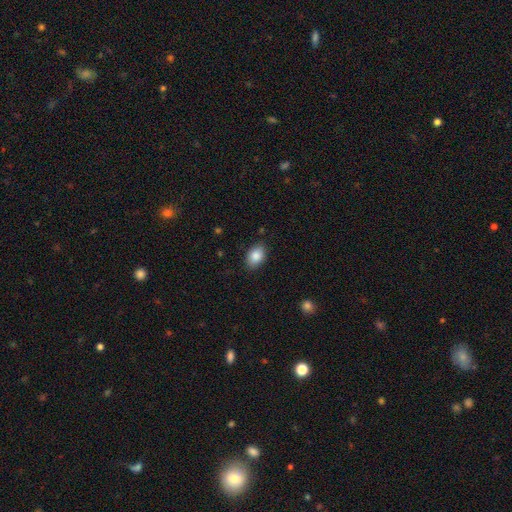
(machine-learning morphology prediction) This appears to be a smooth galaxy with no disk features (87%) that is in between round and cigar-shaped (85%). Merging: none (86%).